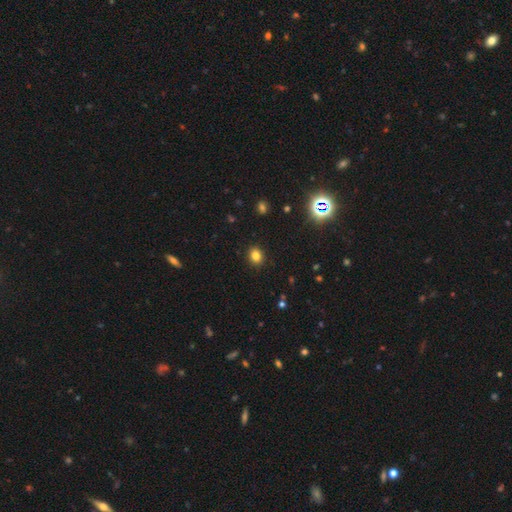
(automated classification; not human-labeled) smooth 80%, star or artifact 14%, featured or disk 6%. Down the decision tree: how rounded — round (65%); merging — none (90%).